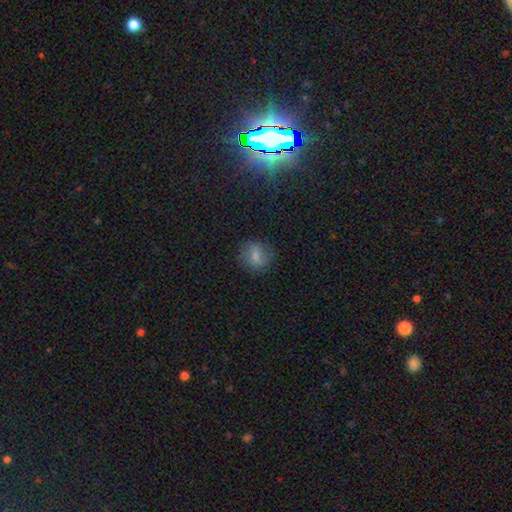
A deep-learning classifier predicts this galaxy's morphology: The model was most divided on "how rounded": round: 76%, in between: 22%, cigar-shaped: 2%. More confident: merging — none (80%); smooth or featured — smooth (74%).